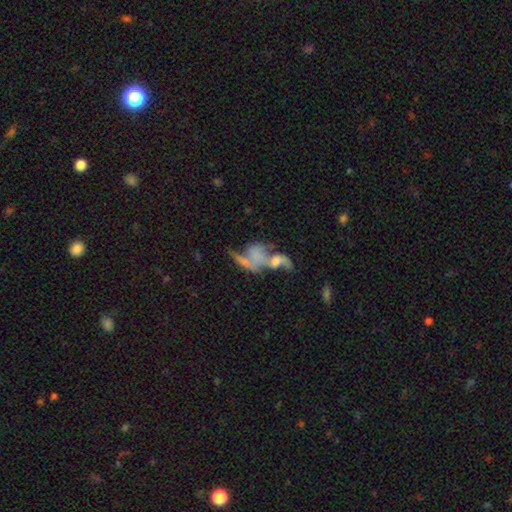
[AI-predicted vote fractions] Smooth or featured?
  - featured or disk: 55% *
  - smooth: 35%
  - star or artifact: 10%
Edge-on disk?
  - no: 95% *
  - yes: 5%
Bar?
  - no: 76% *
  - weak: 18%
  - strong: 6%
Spiral arms?
  - yes: 57% *
  - no: 43%
Bulge size?
  - none: 52% *
  - small: 21%
  - moderate: 18%
  - large: 6%
  - dominant: 3%
Merging?
  - merger: 69% *
  - major disturbance: 14%
  - none: 11%
  - minor disturbance: 6%